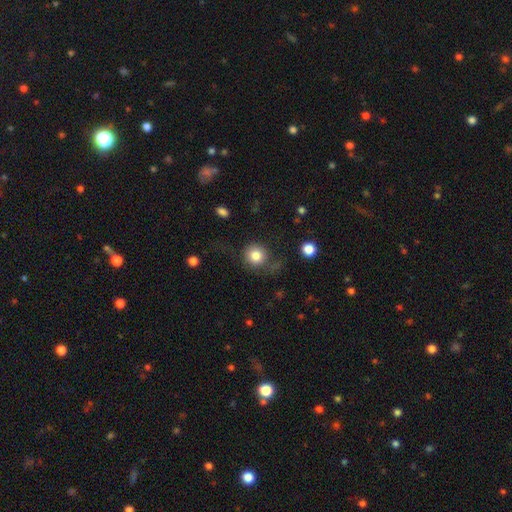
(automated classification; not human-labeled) Smooth or featured? smooth (81%)
How rounded? round (90%)
Merging? none (66%)